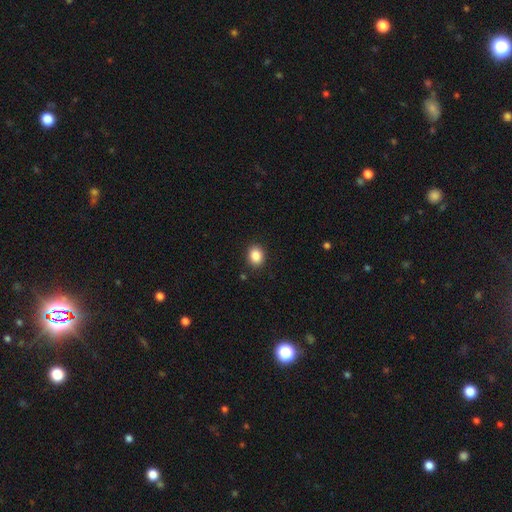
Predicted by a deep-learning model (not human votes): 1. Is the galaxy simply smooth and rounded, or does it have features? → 87% smooth, 9% star or artifact, 4% featured or disk.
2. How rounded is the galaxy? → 59% round, 40% in between, 1% cigar-shaped.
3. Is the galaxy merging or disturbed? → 90% none, 7% minor disturbance, 2% major disturbance, 1% merger.